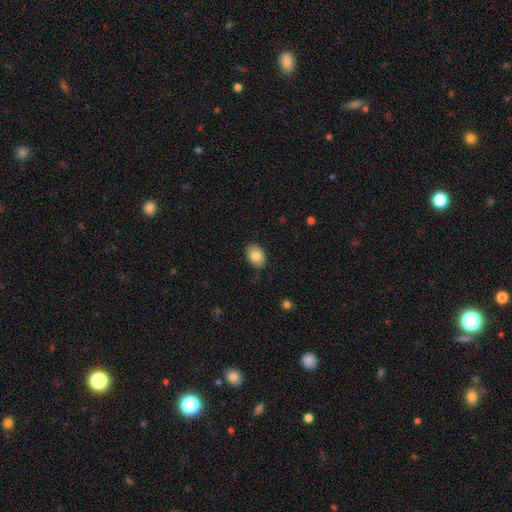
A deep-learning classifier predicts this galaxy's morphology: Smooth or featured? smooth (83%)
How rounded? in between (83%)
Merging? none (83%)